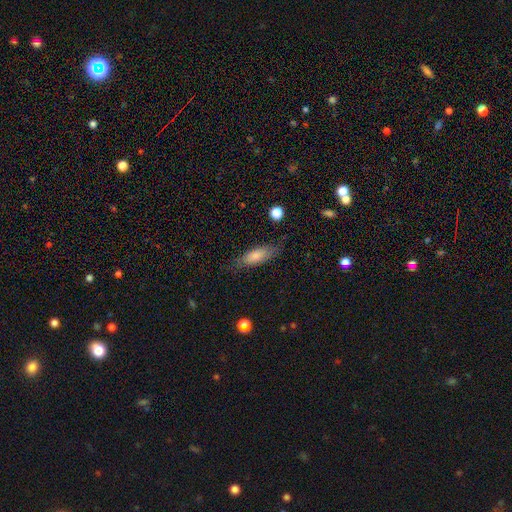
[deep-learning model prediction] The model was most divided on "how rounded": in between: 64%, cigar-shaped: 33%, round: 2%. More confident: smooth or featured — smooth (76%); merging — none (73%).